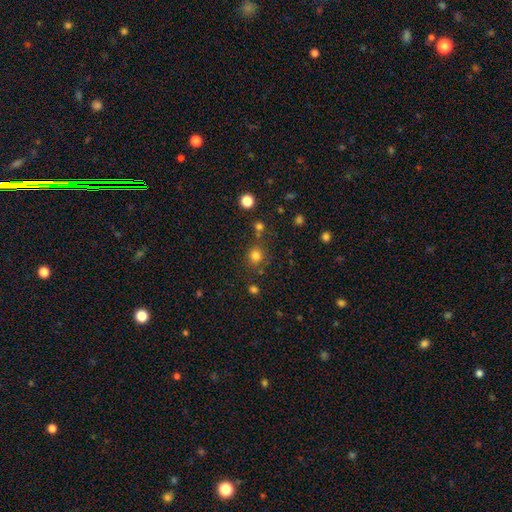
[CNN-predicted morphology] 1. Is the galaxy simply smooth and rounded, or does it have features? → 80% smooth, 15% star or artifact, 5% featured or disk.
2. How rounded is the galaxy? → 86% round, 13% in between, 1% cigar-shaped.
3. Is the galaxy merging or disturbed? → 78% none, 10% minor disturbance, 8% merger, 4% major disturbance.